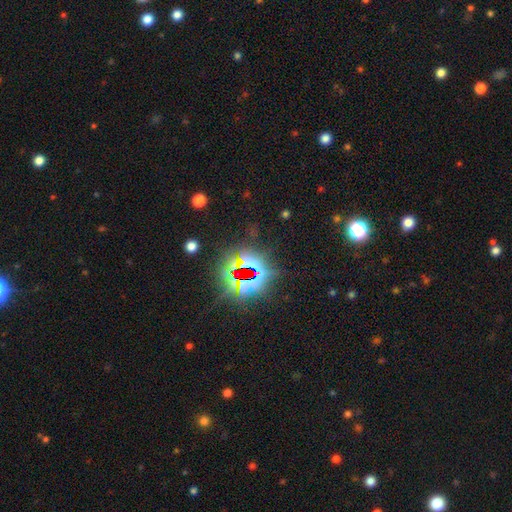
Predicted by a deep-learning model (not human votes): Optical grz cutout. It shows a star or artifact, not a galaxy (81%).